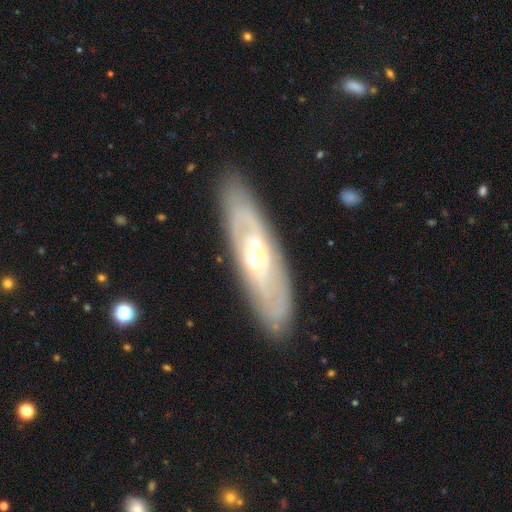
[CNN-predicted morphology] type=featured or disk (72%); edge-on=no (71%); bar=no (51%); spiral arms=yes (61%); bulge=moderate (62%); merging=none (87%).